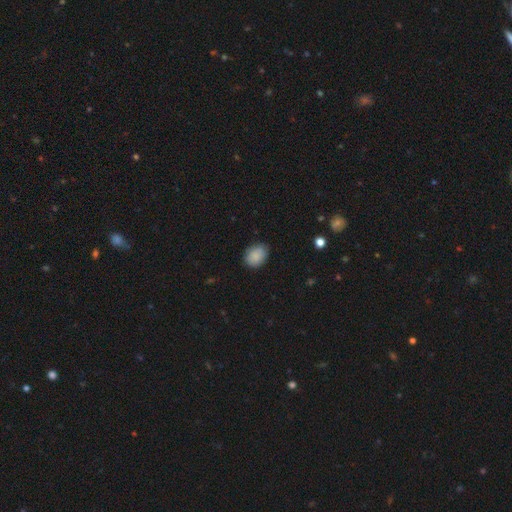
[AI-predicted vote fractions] smooth-or-featured: smooth: 88% | star or artifact: 7% | featured or disk: 4%
  how-rounded: in between: 68% | round: 31% | cigar-shaped: 1%
  merging: none: 82% | minor disturbance: 15% | major disturbance: 3% | merger: 1%